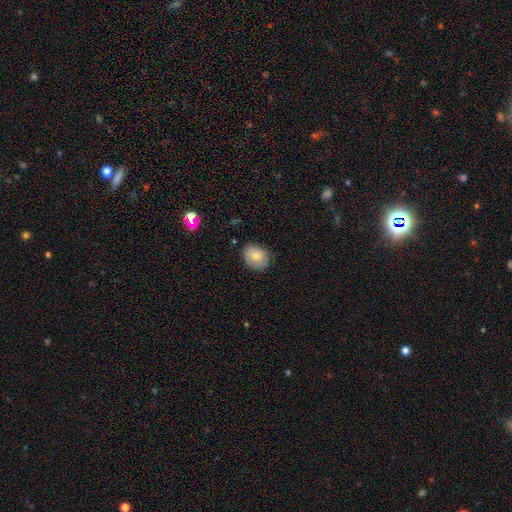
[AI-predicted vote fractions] This appears to be a smooth galaxy with no disk features (79%) that is in between round and cigar-shaped (59%). Merging: none (81%).